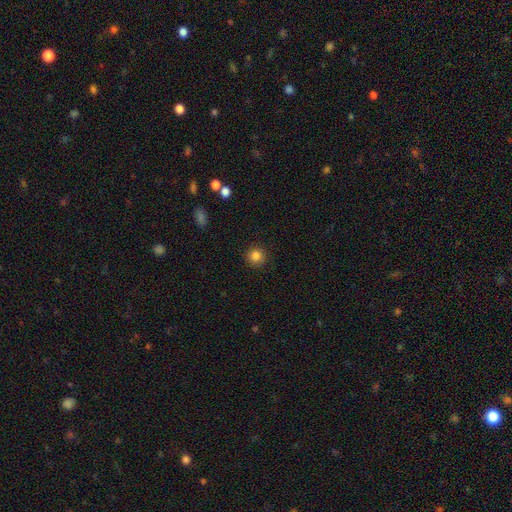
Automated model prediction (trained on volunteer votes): smooth-or-featured: smooth: 84% | star or artifact: 11% | featured or disk: 4%
  how-rounded: round: 93% | in between: 6% | cigar-shaped: 1%
  merging: none: 90% | minor disturbance: 7% | major disturbance: 2% | merger: 1%